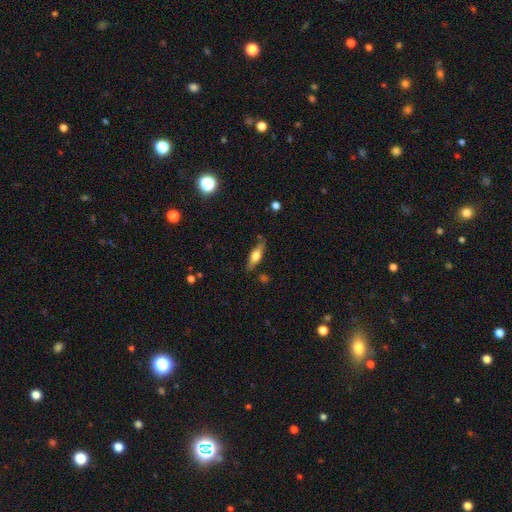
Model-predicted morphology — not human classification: Smooth or featured? Predicted: smooth (p=0.49). Merging? Predicted: none (p=0.79).